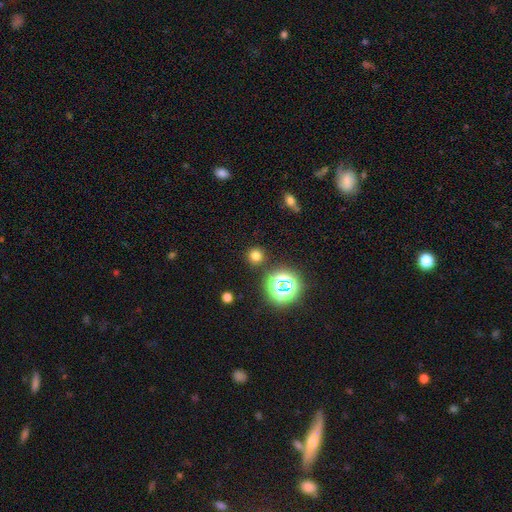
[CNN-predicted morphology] Q: Smooth or featured?
A: smooth (71%); runner-up: star or artifact (23%)
Q: How rounded?
A: round (93%); runner-up: in between (6%)
Q: Merging?
A: none (88%); runner-up: minor disturbance (6%)